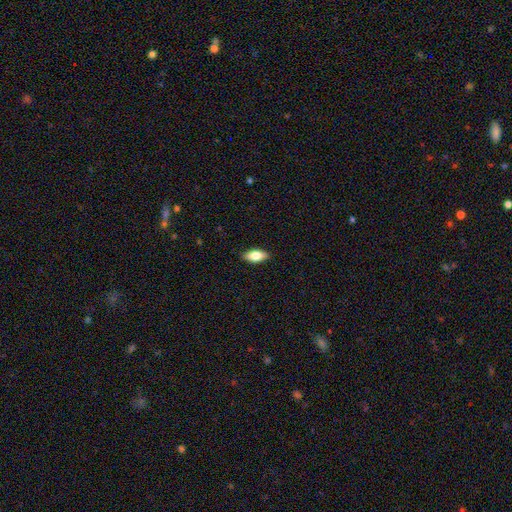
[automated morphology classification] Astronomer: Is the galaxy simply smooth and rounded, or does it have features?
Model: smooth — 76%.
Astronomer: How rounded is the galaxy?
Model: in between — 87%.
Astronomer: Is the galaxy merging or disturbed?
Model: none — 88%.